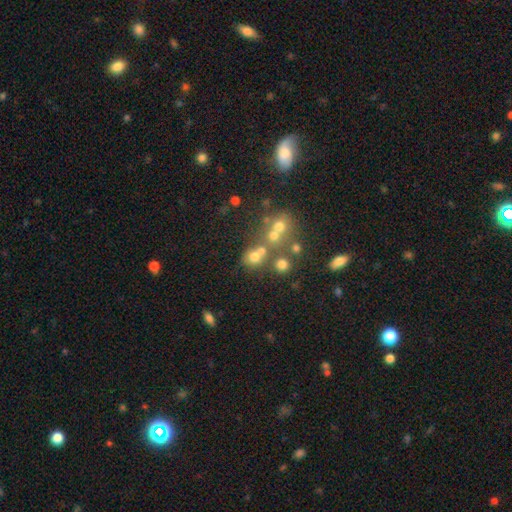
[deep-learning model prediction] smooth-or-featured: smooth: 59% | star or artifact: 23% | featured or disk: 18%
  how-rounded: round: 74% | in between: 24% | cigar-shaped: 2%
  merging: none: 49% | merger: 35% | minor disturbance: 10% | major disturbance: 6%